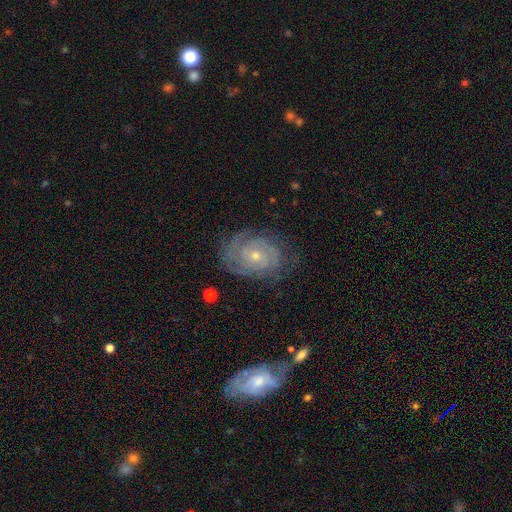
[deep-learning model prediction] A featured or disk galaxy (82%) with no bar (76%), tight (72%) spiral arms (94%) and a small central bulge (65%). Merging: none (71%).